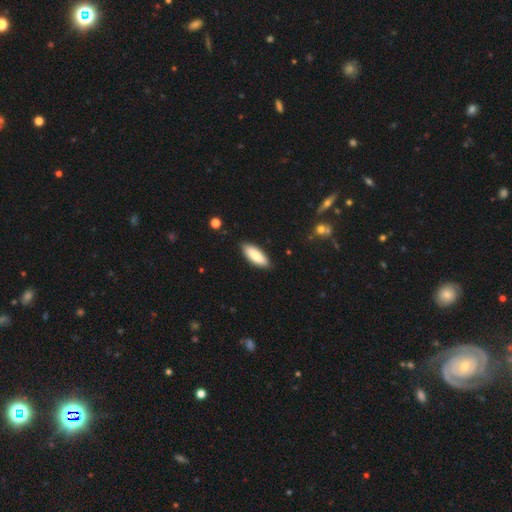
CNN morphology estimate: type=smooth (82%); roundness=in between (73%); merging=none (88%).